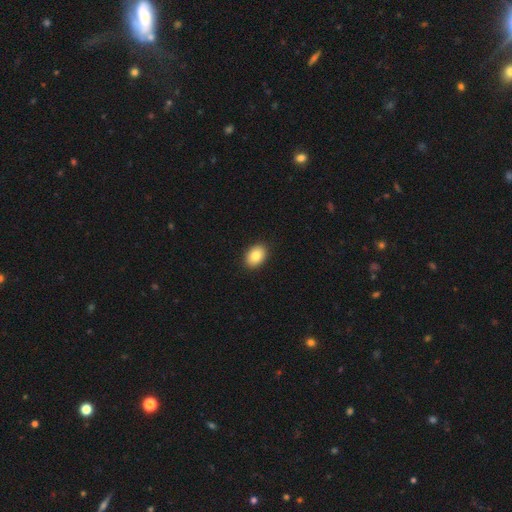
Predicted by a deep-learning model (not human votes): Smooth or featured?
  - smooth: 85% *
  - featured or disk: 8%
  - star or artifact: 8%
How rounded?
  - in between: 79% *
  - round: 20%
  - cigar-shaped: 1%
Merging?
  - none: 91% *
  - minor disturbance: 6%
  - major disturbance: 2%
  - merger: 1%